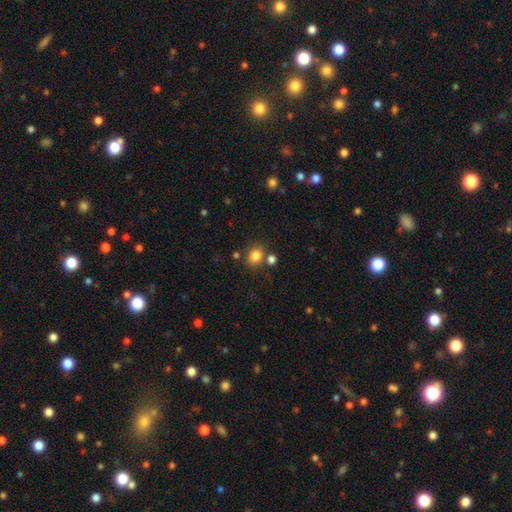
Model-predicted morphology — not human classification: Smooth or featured?
  - smooth: 82% *
  - star or artifact: 12%
  - featured or disk: 6%
How rounded?
  - round: 60% *
  - in between: 39%
  - cigar-shaped: 1%
Merging?
  - none: 73% *
  - merger: 13%
  - minor disturbance: 11%
  - major disturbance: 4%